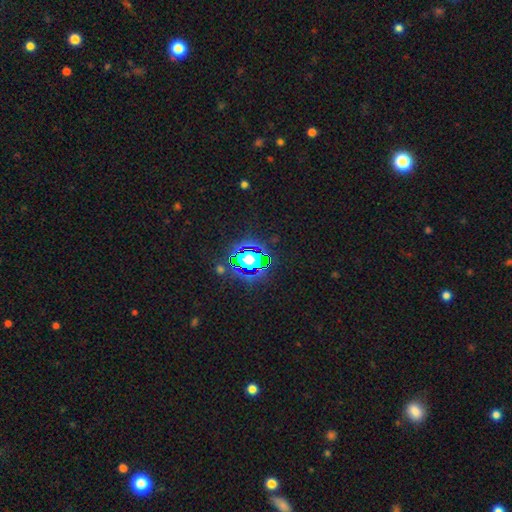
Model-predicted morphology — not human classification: Overall: star or artifact (80%).